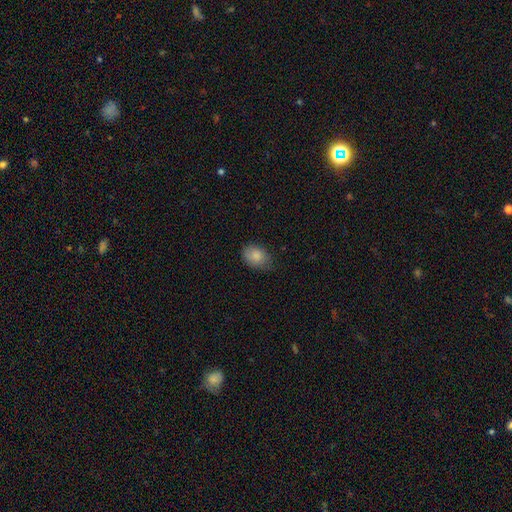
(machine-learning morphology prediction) Smooth or featured: smooth — 86% (star or artifact — 8%)
How rounded: in between — 75% (round — 24%)
Merging: none — 68% (minor disturbance — 26%)